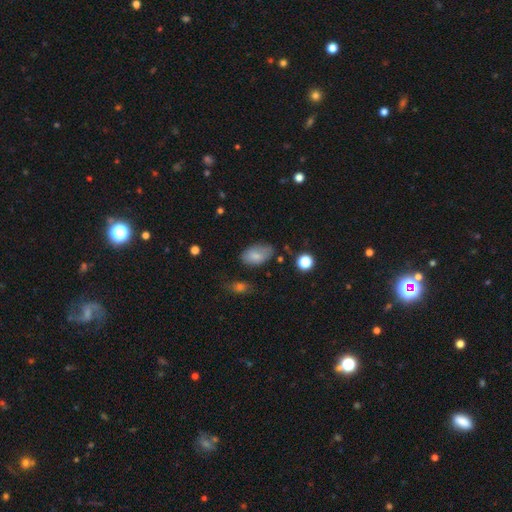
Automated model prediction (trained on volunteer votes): A smooth galaxy with no disk features (79%) that is in between round and cigar-shaped (92%). Merging: none (64%).